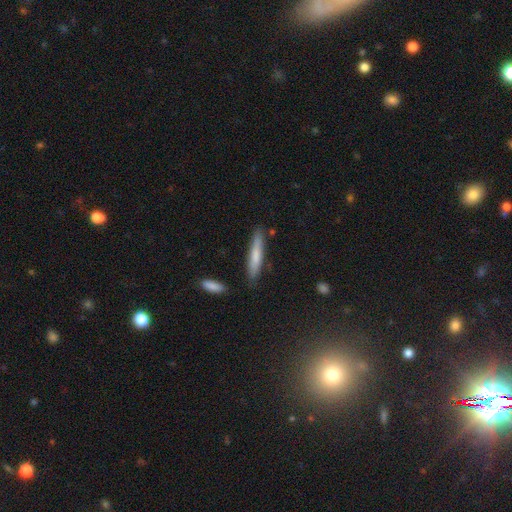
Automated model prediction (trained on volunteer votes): The model was most divided on "smooth or featured": smooth: 71%, featured or disk: 23%, star or artifact: 6%. More confident: how rounded — cigar-shaped (90%); merging — none (83%).